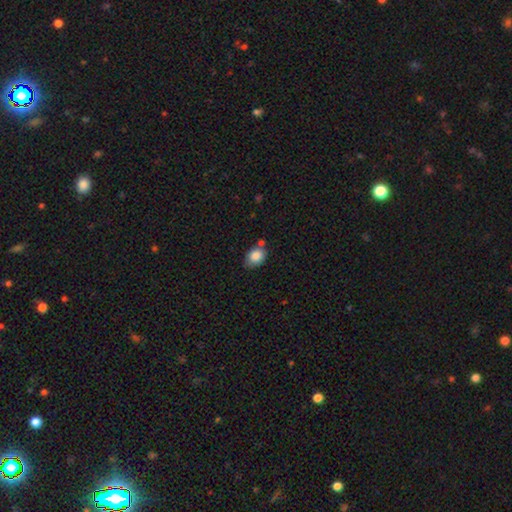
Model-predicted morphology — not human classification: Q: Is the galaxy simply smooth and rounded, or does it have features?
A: smooth — 85%.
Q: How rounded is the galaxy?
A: in between — 65%.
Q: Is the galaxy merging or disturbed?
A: none — 62%.